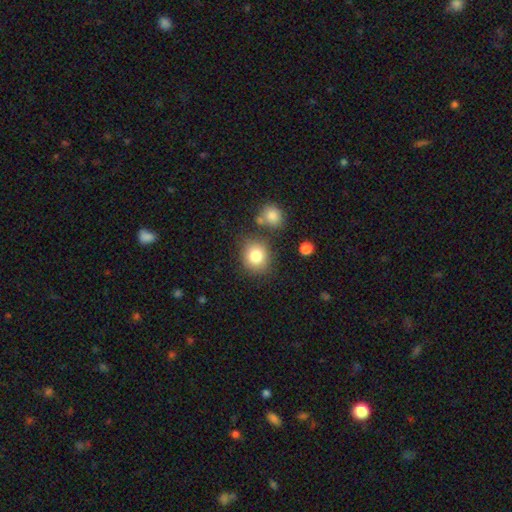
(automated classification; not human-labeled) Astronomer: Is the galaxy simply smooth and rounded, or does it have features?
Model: smooth — 82%.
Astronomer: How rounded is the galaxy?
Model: round — 78%.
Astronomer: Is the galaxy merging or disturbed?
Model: none — 75%.